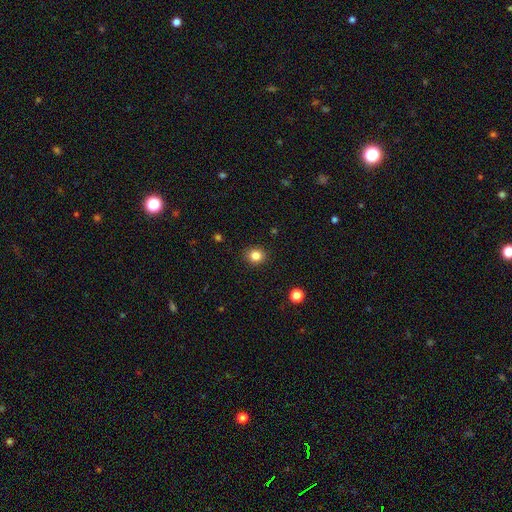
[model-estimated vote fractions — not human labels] smooth 83%, star or artifact 12%, featured or disk 5%. Down the decision tree: how rounded — round (80%); merging — none (90%).